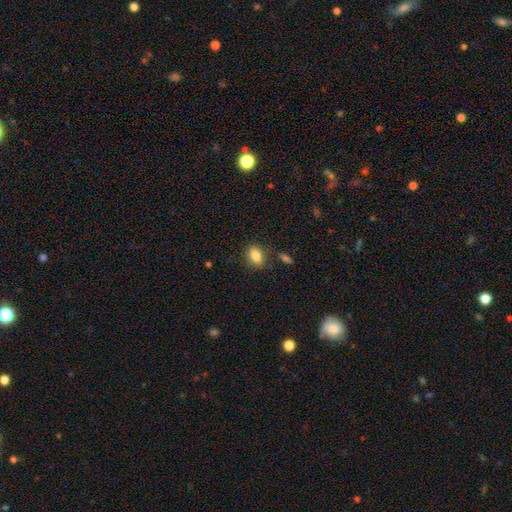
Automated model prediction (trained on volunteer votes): Q: Smooth or featured?
A: smooth (84%); runner-up: star or artifact (9%)
Q: How rounded?
A: in between (72%); runner-up: round (26%)
Q: Merging?
A: none (81%); runner-up: minor disturbance (12%)